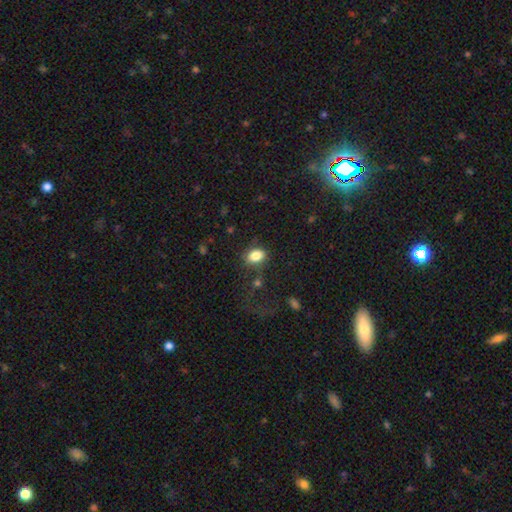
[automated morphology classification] Smooth or featured: smooth — 83% (star or artifact — 10%)
How rounded: in between — 75% (round — 23%)
Merging: none — 74% (minor disturbance — 15%)